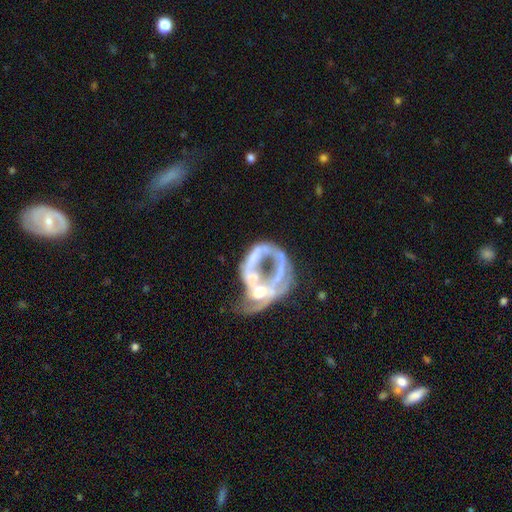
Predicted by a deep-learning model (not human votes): Smooth or featured: featured or disk — 69% (smooth — 18%)
Edge-on disk: no — 97% (yes — 3%)
Bar: no — 79% (weak — 13%)
Spiral arms: no — 71% (yes — 29%)
Bulge size: none — 36% (moderate — 34%)
Merging: merger — 51% (major disturbance — 31%)